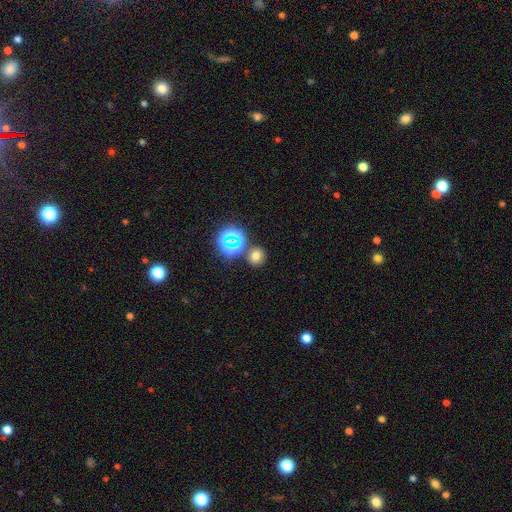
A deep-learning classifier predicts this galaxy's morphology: smooth_or_featured: smooth (p=0.67) [alt: star or artifact p=0.25]
how_rounded: round (p=0.84) [alt: in between p=0.15]
merging: none (p=0.78) [alt: merger p=0.11]